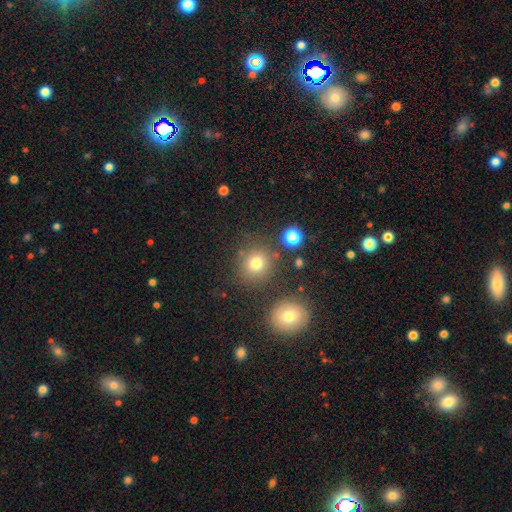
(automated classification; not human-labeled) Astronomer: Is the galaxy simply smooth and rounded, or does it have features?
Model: smooth — 53% (runner-up: star or artifact, 39%).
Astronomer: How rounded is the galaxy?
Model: round — 88%.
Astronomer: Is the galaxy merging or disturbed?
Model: none — 84%.